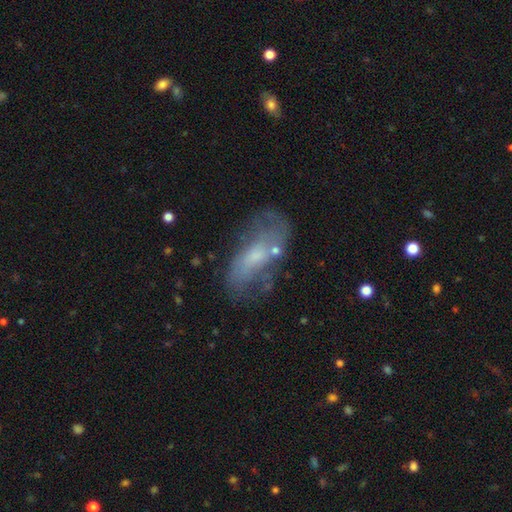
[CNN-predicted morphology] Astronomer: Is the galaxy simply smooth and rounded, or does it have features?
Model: featured or disk — 55% (runner-up: smooth, 36%).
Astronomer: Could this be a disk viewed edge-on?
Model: no — 88%.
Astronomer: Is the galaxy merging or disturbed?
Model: none — 51%.